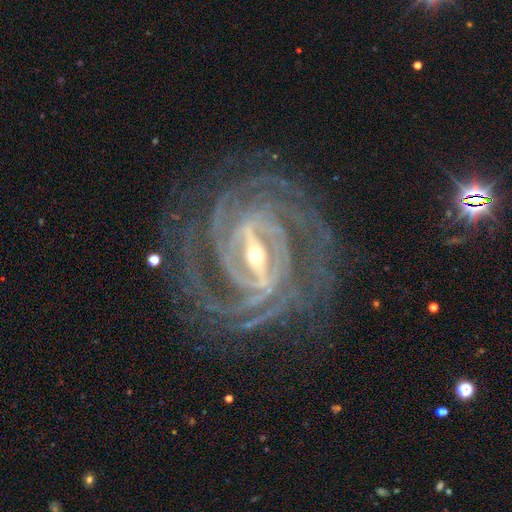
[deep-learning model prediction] A featured or disk galaxy (93%) with a strong bar (77%), 4 (22%) tight (68%) spiral arms (98%) and a small central bulge (51%). Merging: none (73%).